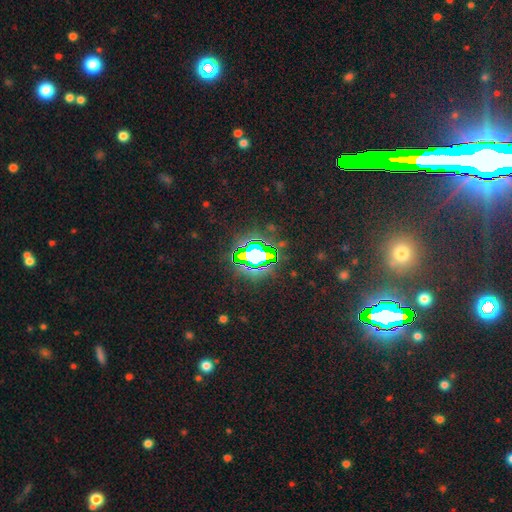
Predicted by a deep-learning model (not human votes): This is likely a star or artifact rather than a galaxy (75%).